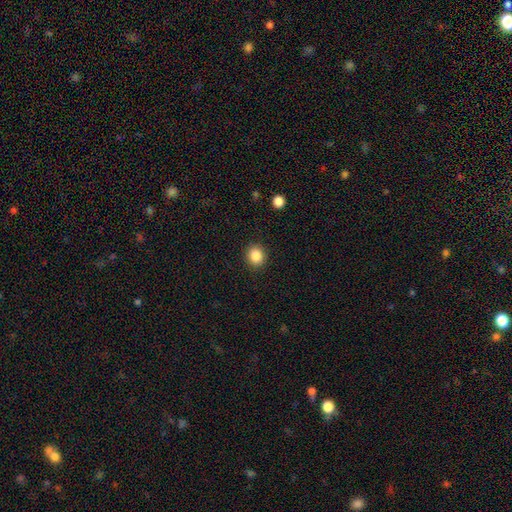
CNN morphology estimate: type=smooth (86%); roundness=round (81%); merging=none (91%).